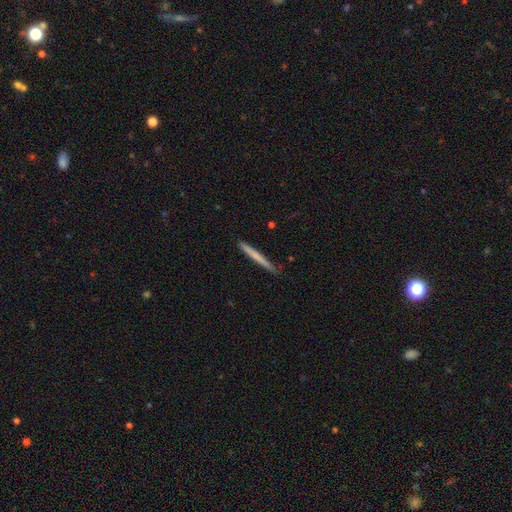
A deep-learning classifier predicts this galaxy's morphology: Smooth or featured? Predicted: smooth (p=0.63). How rounded? Predicted: cigar-shaped (p=0.97). Merging? Predicted: none (p=0.86).